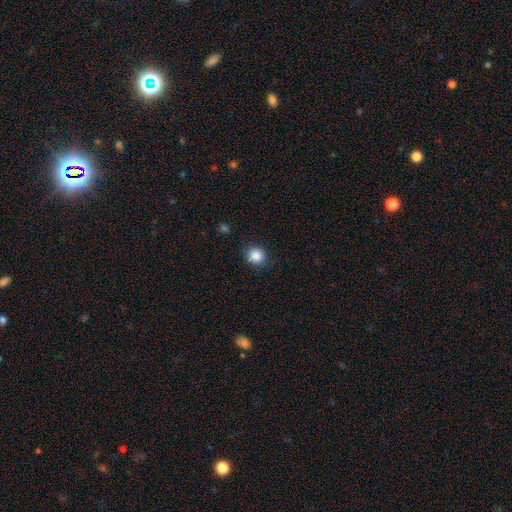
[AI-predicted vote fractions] Smooth or featured? smooth (87%)
How rounded? round (87%)
Merging? none (87%)